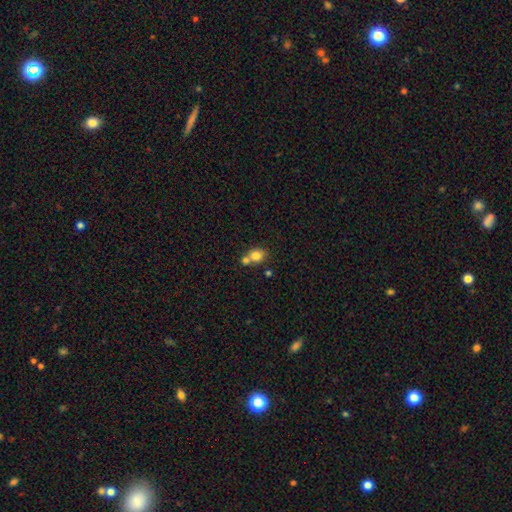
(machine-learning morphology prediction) type=smooth (79%); roundness=round (66%); merging=merger (46%).